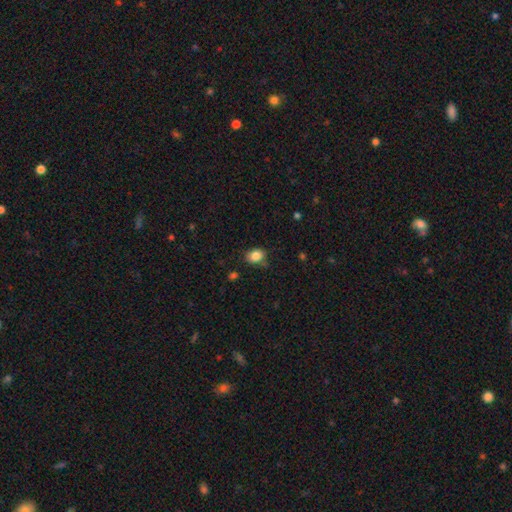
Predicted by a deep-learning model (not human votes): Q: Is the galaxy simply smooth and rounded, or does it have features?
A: smooth — 85%.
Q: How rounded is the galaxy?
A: in between — 58%.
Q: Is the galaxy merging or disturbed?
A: none — 76%.